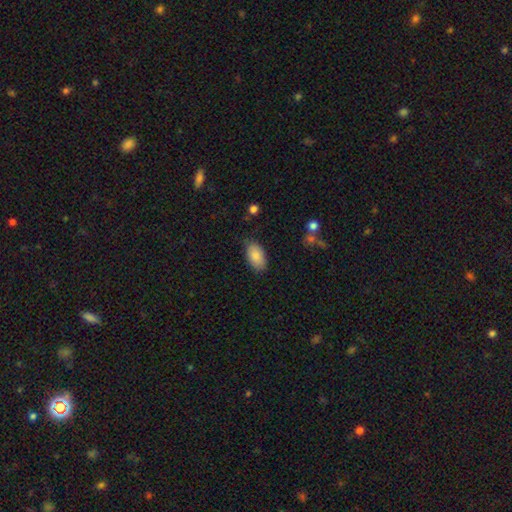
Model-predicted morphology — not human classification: smooth_or_featured: smooth (p=0.87) [alt: star or artifact p=0.07]
how_rounded: in between (p=0.94) [alt: round p=0.04]
merging: none (p=0.79) [alt: minor disturbance p=0.16]